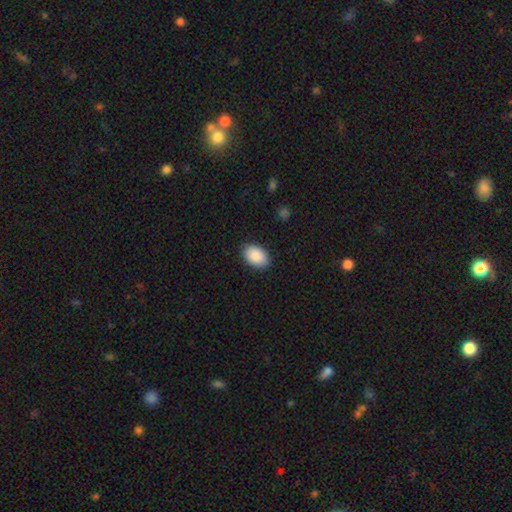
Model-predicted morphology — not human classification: This appears to be a smooth galaxy with no disk features (90%) that is in between round and cigar-shaped (88%). Merging: none (88%).